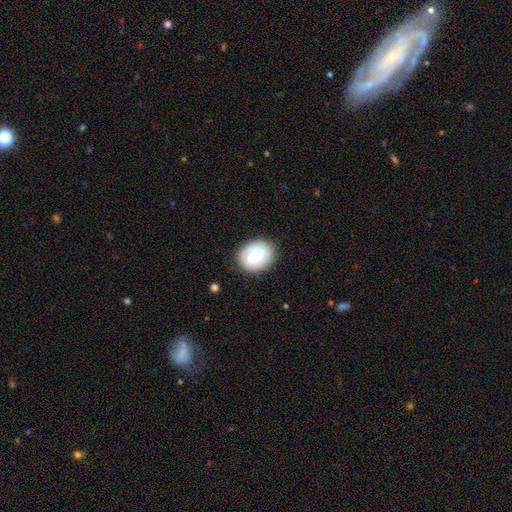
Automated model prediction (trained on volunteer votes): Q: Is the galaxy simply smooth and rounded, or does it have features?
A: smooth — 49%.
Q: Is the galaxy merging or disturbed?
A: none — 80%.